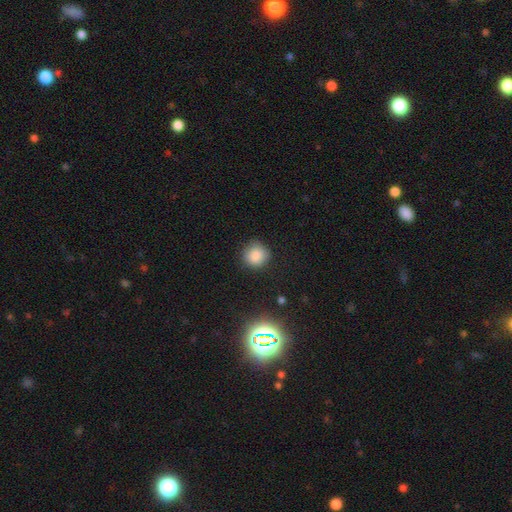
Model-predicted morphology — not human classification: Smooth or featured: smooth — 85% (star or artifact — 11%)
How rounded: round — 90% (in between — 9%)
Merging: none — 84% (minor disturbance — 12%)